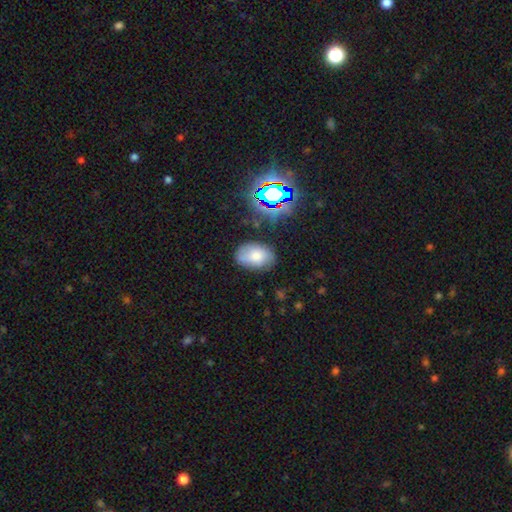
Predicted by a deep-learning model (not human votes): Overall: smooth (71%). How rounded: in between (87%). Merging: none (72%).